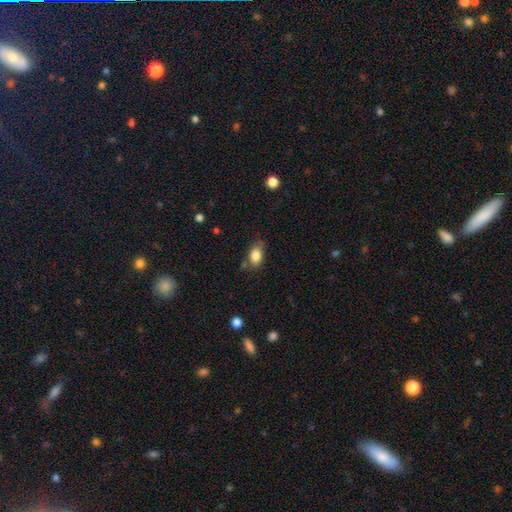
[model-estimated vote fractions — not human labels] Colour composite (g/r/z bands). It shows a smooth galaxy with no disk features (84%) that is in between round and cigar-shaped (88%). Merging: none (67%).